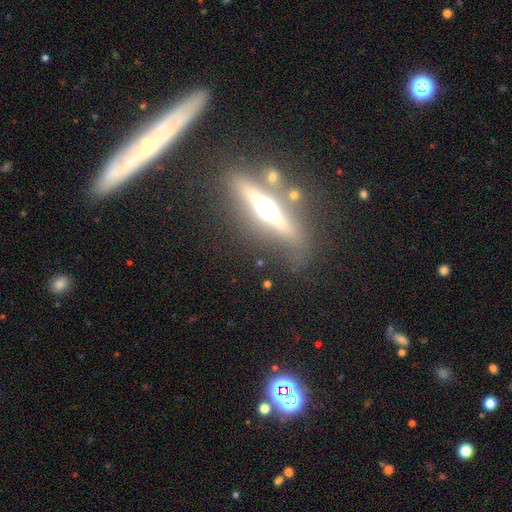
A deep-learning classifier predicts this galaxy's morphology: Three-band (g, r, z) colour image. It shows a featured or disk galaxy (72%) viewed edge-on (91%) with a rounded central bulge (80%). Merging: none (76%).